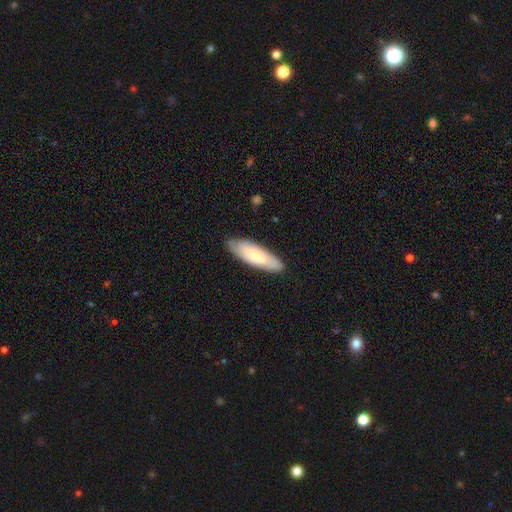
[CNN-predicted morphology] A smooth galaxy with no disk features (61%) that is in between round and cigar-shaped (51%). Merging: none (84%).